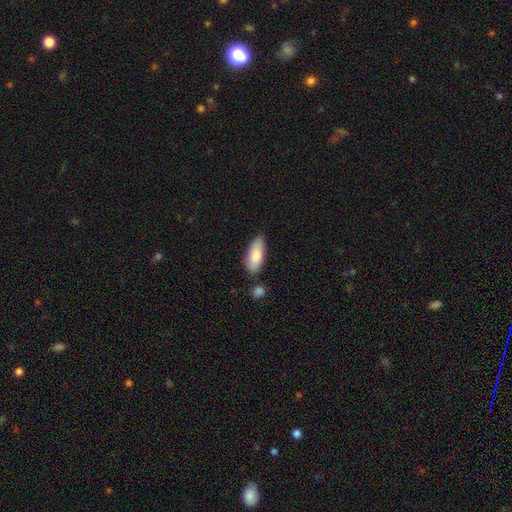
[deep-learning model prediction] smooth 82%, featured or disk 12%, star or artifact 6%. Down the decision tree: how rounded — in between (79%); merging — none (75%).